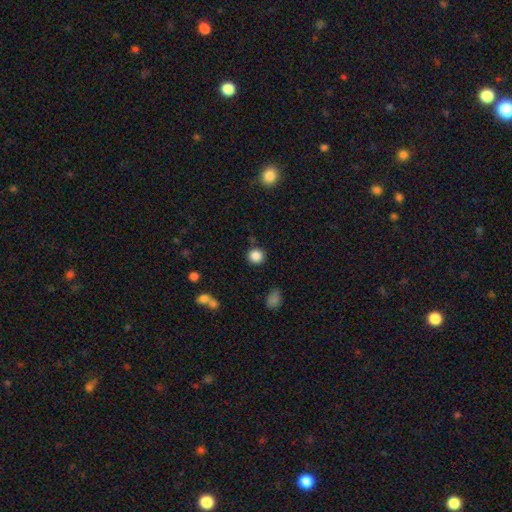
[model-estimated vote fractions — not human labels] Overall: smooth (86%). How rounded: round (91%). Merging: none (86%).